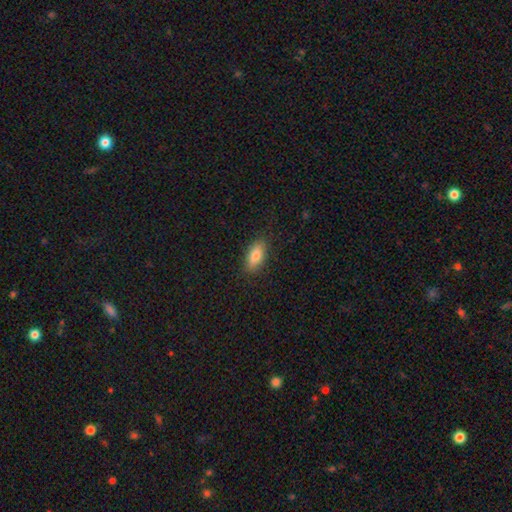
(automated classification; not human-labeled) Q: Smooth or featured?
A: smooth (80%); runner-up: featured or disk (13%)
Q: How rounded?
A: in between (83%); runner-up: cigar-shaped (14%)
Q: Merging?
A: none (85%); runner-up: minor disturbance (11%)